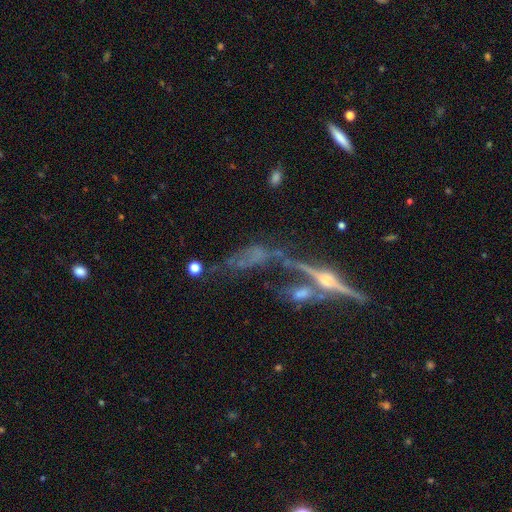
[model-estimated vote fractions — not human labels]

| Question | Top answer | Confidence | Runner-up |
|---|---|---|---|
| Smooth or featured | featured or disk | 66% | star or artifact (18%) |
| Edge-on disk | yes | 70% | no (30%) |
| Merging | none | 35% | merger (28%) |